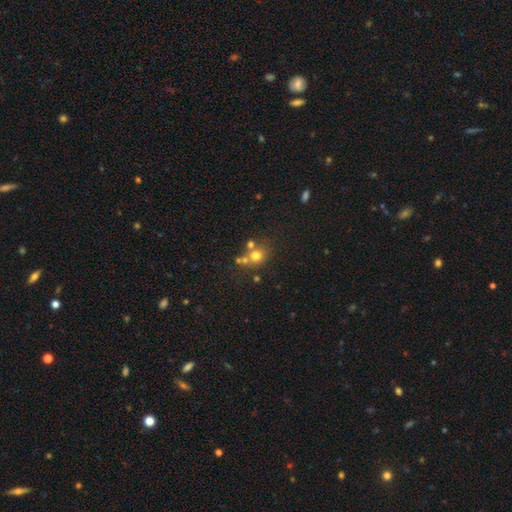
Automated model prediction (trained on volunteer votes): Smooth or featured: smooth — 69% (star or artifact — 17%)
How rounded: round — 79% (in between — 20%)
Merging: none — 53% (merger — 31%)